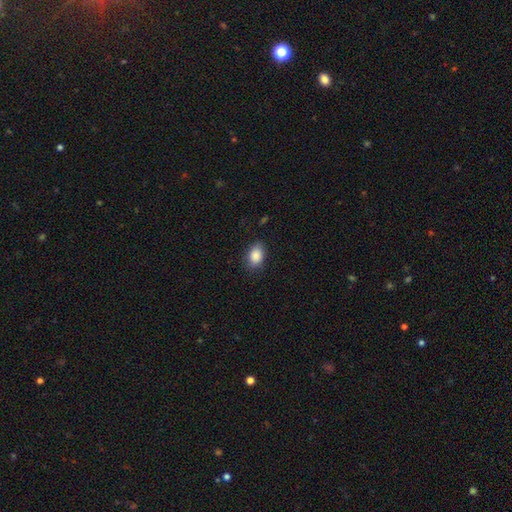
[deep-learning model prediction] smooth-or-featured: smooth: 87% | star or artifact: 8% | featured or disk: 5%
  how-rounded: in between: 80% | round: 18% | cigar-shaped: 1%
  merging: none: 82% | minor disturbance: 14% | major disturbance: 3% | merger: 1%